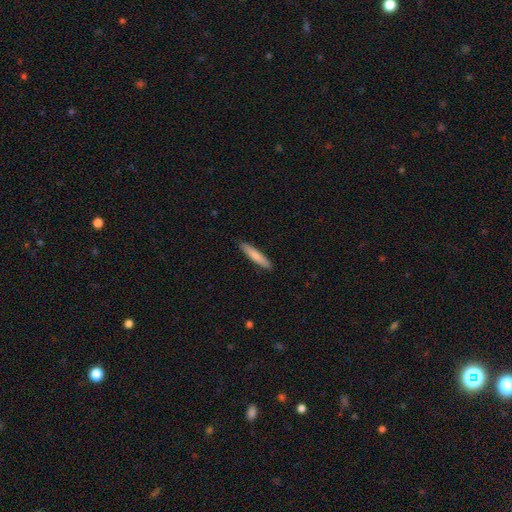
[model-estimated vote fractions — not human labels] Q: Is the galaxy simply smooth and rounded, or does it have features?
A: smooth — 78%.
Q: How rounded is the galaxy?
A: cigar-shaped — 89%.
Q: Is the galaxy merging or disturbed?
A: none — 90%.